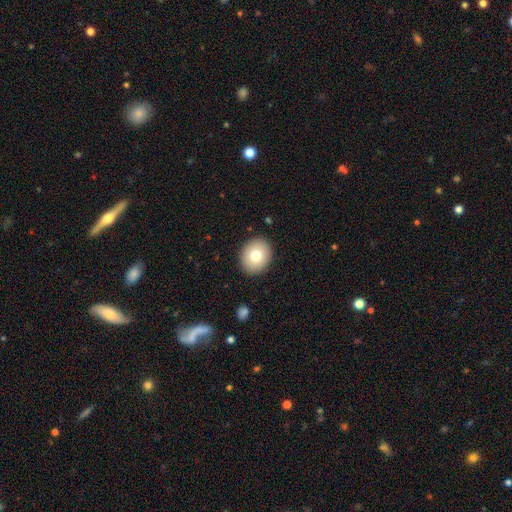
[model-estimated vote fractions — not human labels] Smooth or featured: smooth — 77% (featured or disk — 14%)
How rounded: round — 67% (in between — 32%)
Merging: none — 90% (minor disturbance — 7%)